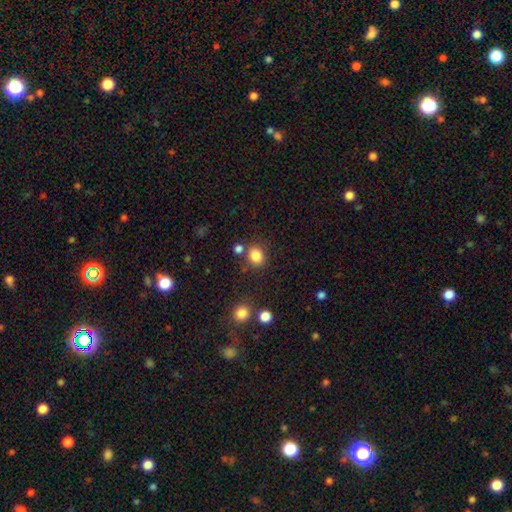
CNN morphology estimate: A smooth galaxy with no disk features (84%) that is round (60%).

Vote fractions:
- Smooth or featured? smooth: 84% / star or artifact: 11% / featured or disk: 5%
- How rounded? round: 60% / in between: 39% / cigar-shaped: 1%
- Merging? none: 75% / minor disturbance: 12% / merger: 10% / major disturbance: 4%